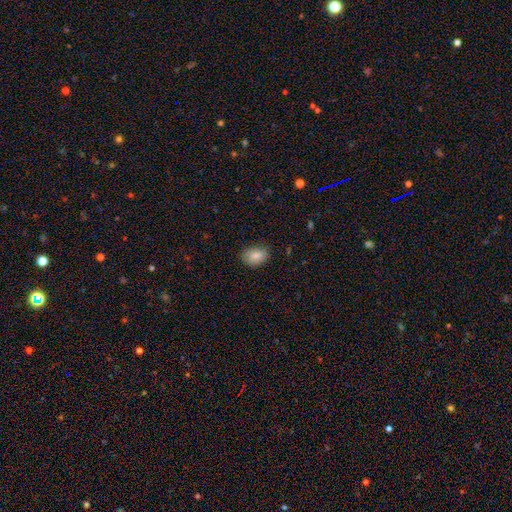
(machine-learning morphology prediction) Smooth or featured: smooth — 85% (star or artifact — 8%)
How rounded: in between — 79% (round — 20%)
Merging: none — 80% (minor disturbance — 16%)